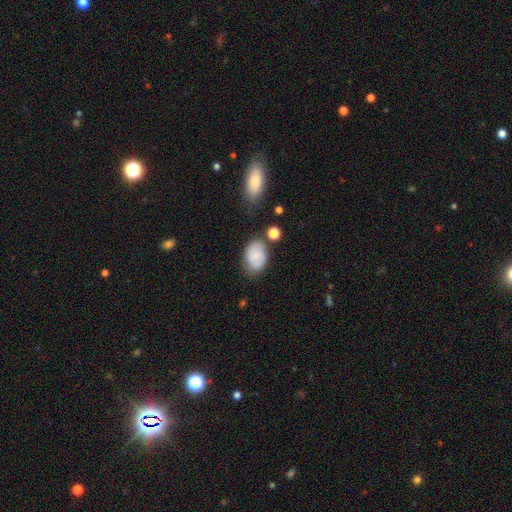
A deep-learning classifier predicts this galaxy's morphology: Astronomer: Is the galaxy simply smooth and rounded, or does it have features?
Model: smooth — 67%.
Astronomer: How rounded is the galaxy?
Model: in between — 82%.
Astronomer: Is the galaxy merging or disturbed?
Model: none — 68%.